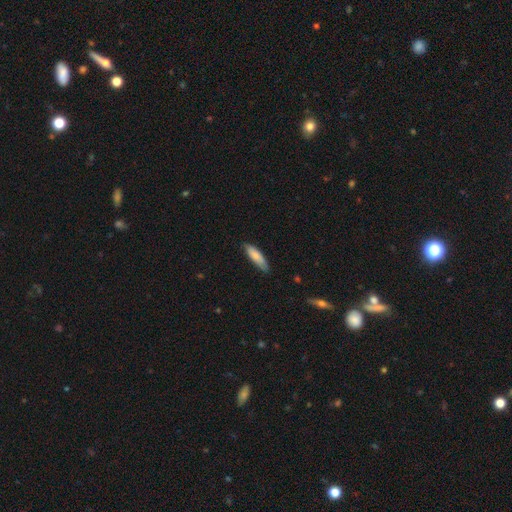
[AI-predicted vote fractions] Smooth or featured?
  - smooth: 80% *
  - featured or disk: 15%
  - star or artifact: 6%
How rounded?
  - cigar-shaped: 56% *
  - in between: 42%
  - round: 1%
Merging?
  - none: 77% *
  - minor disturbance: 19%
  - major disturbance: 3%
  - merger: 1%